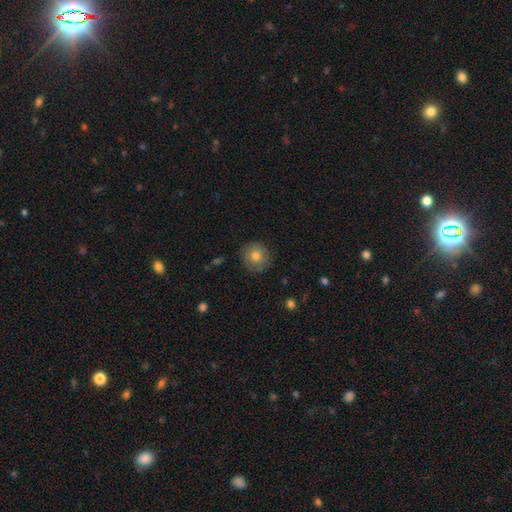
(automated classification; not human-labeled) A smooth galaxy with no disk features (71%) that is round (94%).

Vote fractions:
- Smooth or featured? smooth: 71% / featured or disk: 20% / star or artifact: 9%
- How rounded? round: 94% / in between: 6% / cigar-shaped: 1%
- Merging? none: 84% / minor disturbance: 12% / major disturbance: 3% / merger: 1%